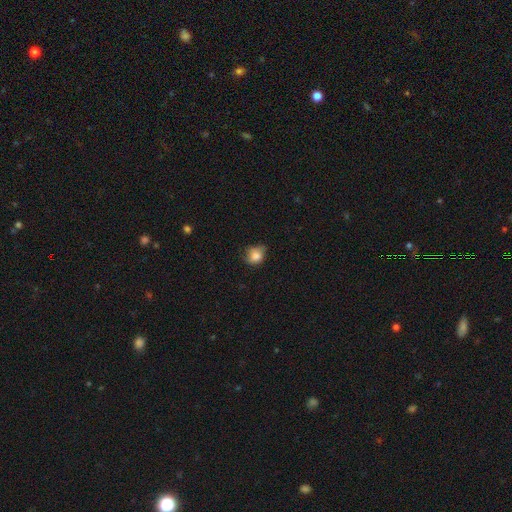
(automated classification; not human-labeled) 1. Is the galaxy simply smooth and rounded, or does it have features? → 81% smooth, 10% featured or disk, 9% star or artifact.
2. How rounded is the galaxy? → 61% round, 38% in between, 1% cigar-shaped.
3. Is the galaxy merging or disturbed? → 56% none, 34% minor disturbance, 8% major disturbance, 2% merger.